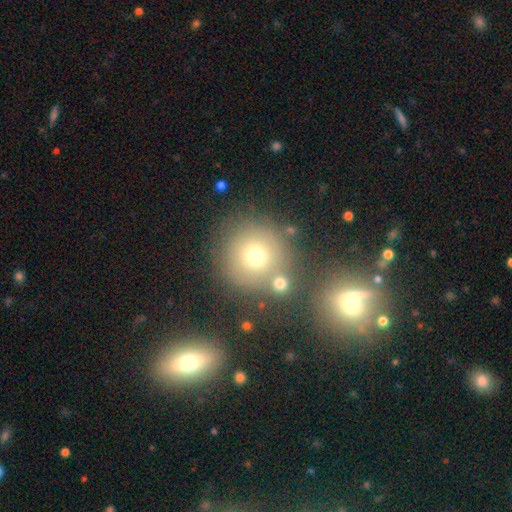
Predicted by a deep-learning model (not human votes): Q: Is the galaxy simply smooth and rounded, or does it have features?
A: smooth — 70%.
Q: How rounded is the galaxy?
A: round — 93%.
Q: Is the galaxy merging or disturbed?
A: none — 70%.